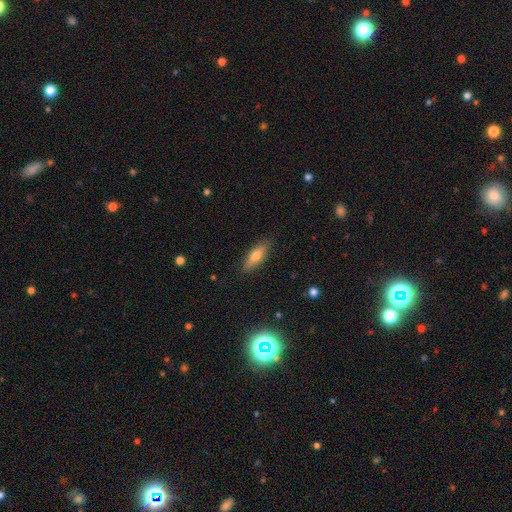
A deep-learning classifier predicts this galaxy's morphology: Smooth or featured? smooth (63%)
How rounded? cigar-shaped (50%)
Merging? none (87%)